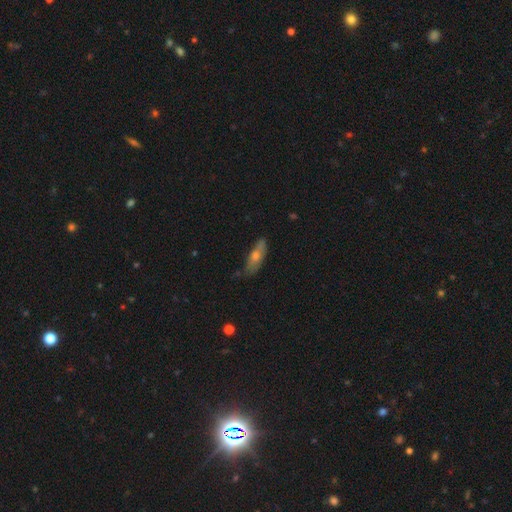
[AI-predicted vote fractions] Smooth or featured? smooth (52%)
How rounded? in between (52%)
Merging? none (67%)